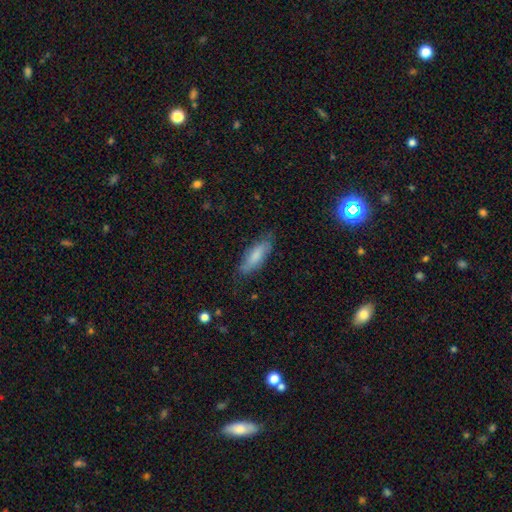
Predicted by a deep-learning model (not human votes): This appears to be a smooth galaxy with no disk features (75%) that is in between round and cigar-shaped (54%). Merging: none (77%).